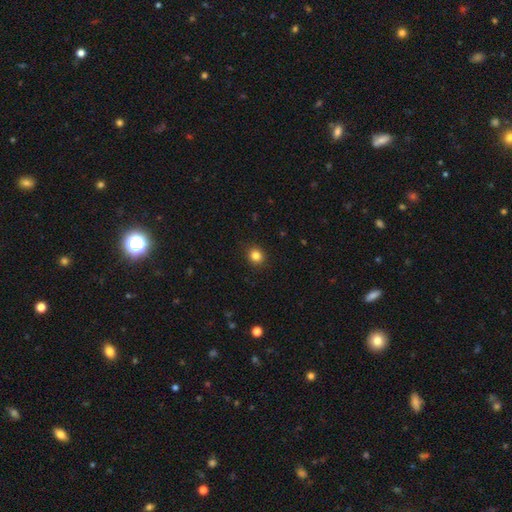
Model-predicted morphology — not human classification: Q: Smooth or featured?
A: smooth (84%); runner-up: star or artifact (11%)
Q: How rounded?
A: round (79%); runner-up: in between (20%)
Q: Merging?
A: none (90%); runner-up: minor disturbance (7%)